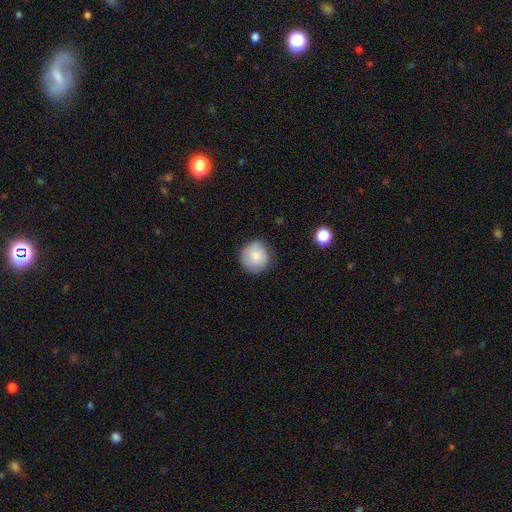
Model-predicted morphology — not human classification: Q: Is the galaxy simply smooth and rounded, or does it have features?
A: smooth — 80%.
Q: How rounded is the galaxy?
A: round — 92%.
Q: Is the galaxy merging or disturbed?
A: none — 83%.